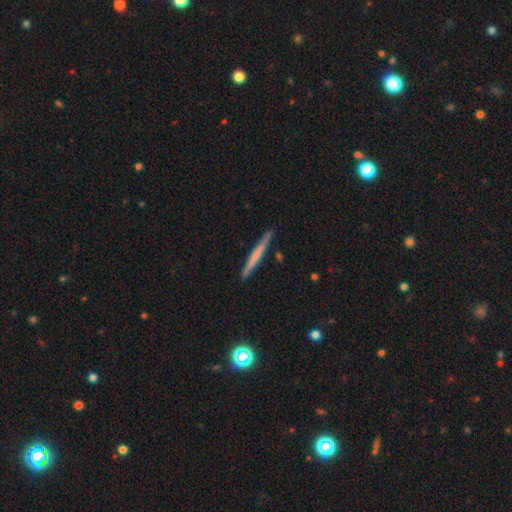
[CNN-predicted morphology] This is possibly a smooth galaxy (53%). How rounded: clearly cigar-shaped (97%). Merging: clearly none (90%).